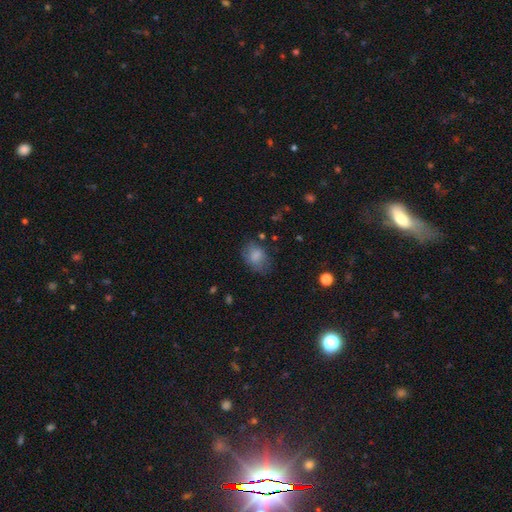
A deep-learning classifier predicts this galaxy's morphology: This appears to be a smooth galaxy with no disk features (79%) that is in between round and cigar-shaped (72%). Merging: none (62%).